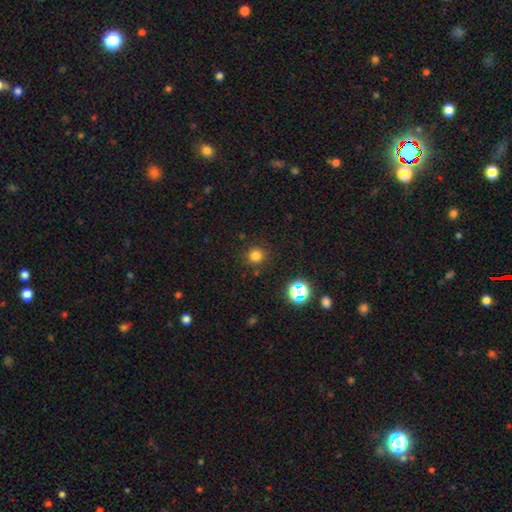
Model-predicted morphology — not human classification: smooth-or-featured: smooth: 78% | star or artifact: 18% | featured or disk: 5%
  how-rounded: round: 94% | in between: 5% | cigar-shaped: 1%
  merging: none: 88% | minor disturbance: 7% | major disturbance: 3% | merger: 2%